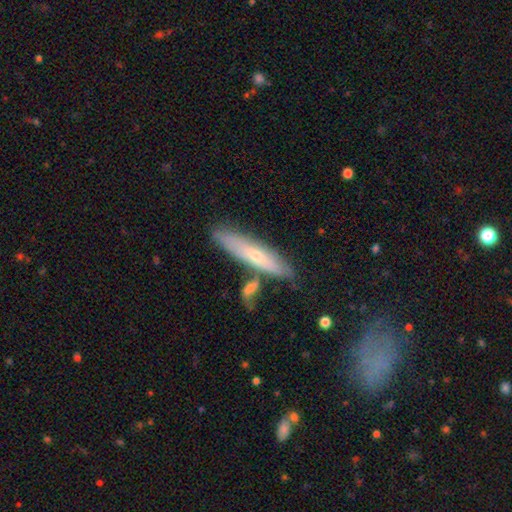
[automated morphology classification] Smooth or featured: smooth — 50% (featured or disk — 44%)
How rounded: cigar-shaped — 79% (in between — 19%)
Merging: none — 69% (minor disturbance — 14%)